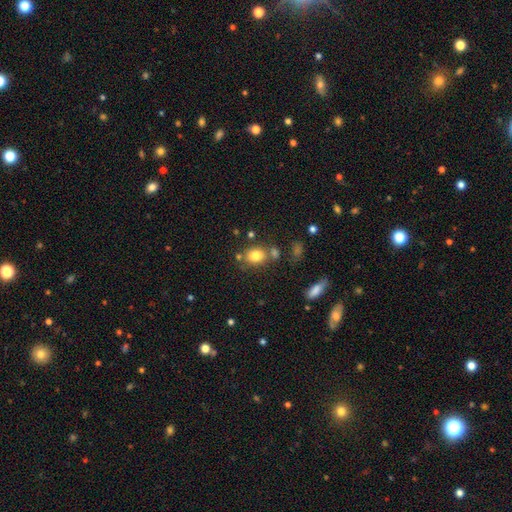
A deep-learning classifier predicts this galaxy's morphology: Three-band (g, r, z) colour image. It shows a smooth galaxy with no disk features (80%) that is round (50%). Merging: none (67%).